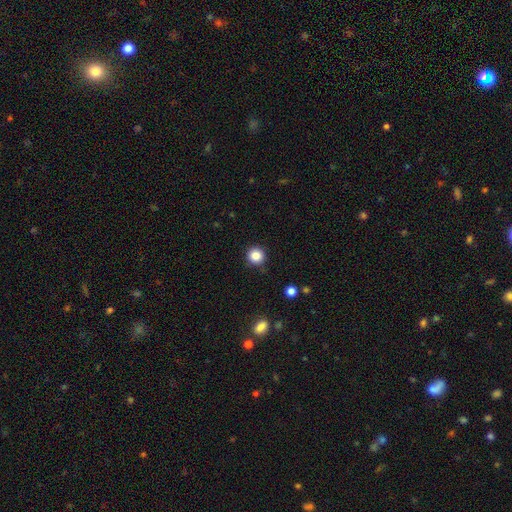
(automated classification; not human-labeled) Morphology: type=smooth (84%); roundness=round (93%); merging=none (89%).